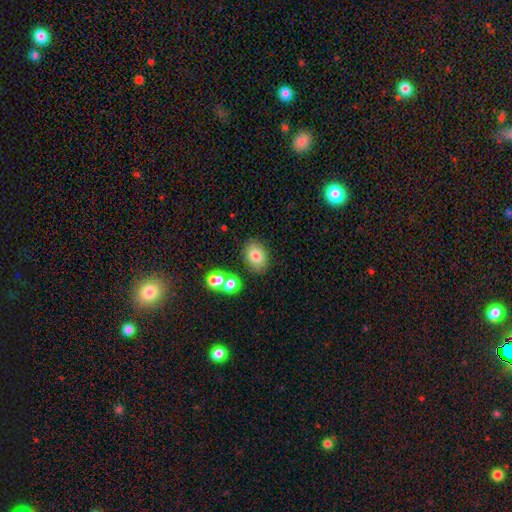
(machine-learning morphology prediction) type=smooth (78%); roundness=in between (73%); merging=none (80%).